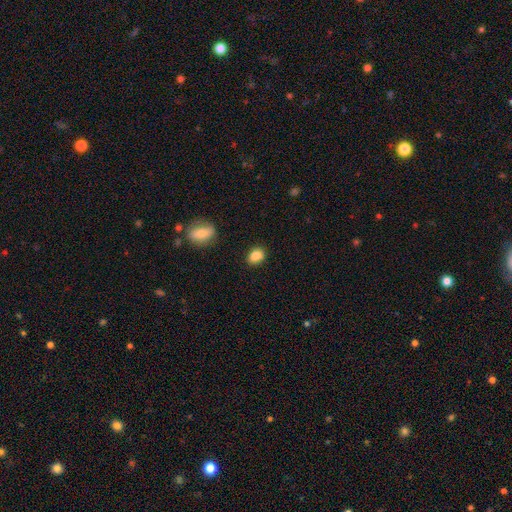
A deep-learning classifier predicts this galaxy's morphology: This is clearly a smooth galaxy (86%). How rounded: likely in between (67%). Merging: clearly none (83%).